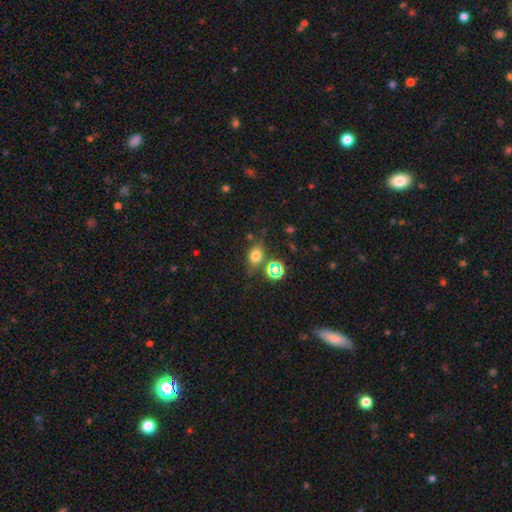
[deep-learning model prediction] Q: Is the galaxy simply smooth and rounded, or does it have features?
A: smooth — 69%.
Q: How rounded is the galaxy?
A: in between — 64%.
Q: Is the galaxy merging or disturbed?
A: none — 69%.